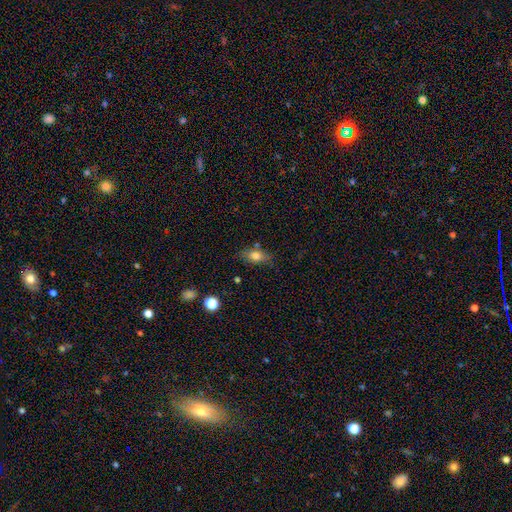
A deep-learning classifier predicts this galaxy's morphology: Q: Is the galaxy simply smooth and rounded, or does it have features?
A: smooth — 74%.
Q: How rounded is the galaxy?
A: in between — 77%.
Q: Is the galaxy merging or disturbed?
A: none — 70%.